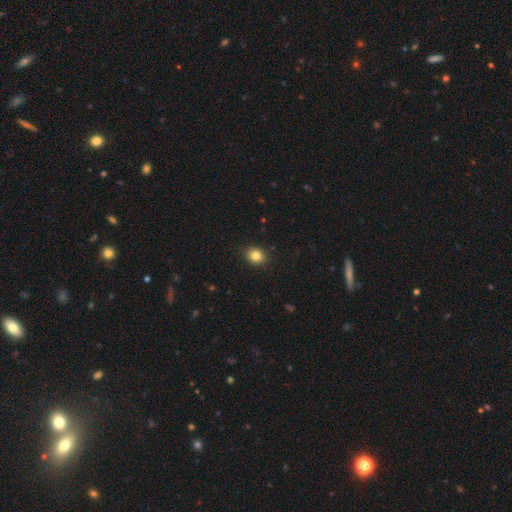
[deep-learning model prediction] This is clearly a smooth galaxy (83%). How rounded: likely round (66%). Merging: clearly none (88%).